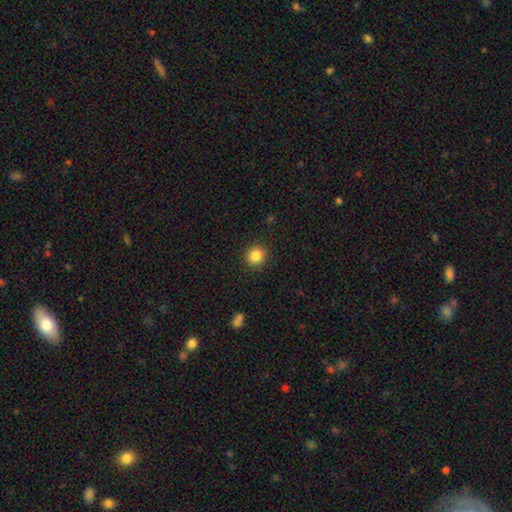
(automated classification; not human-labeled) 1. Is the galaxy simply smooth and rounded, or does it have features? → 85% smooth, 10% star or artifact, 4% featured or disk.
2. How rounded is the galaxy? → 91% round, 8% in between, 1% cigar-shaped.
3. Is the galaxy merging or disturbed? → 91% none, 6% minor disturbance, 2% major disturbance, 1% merger.